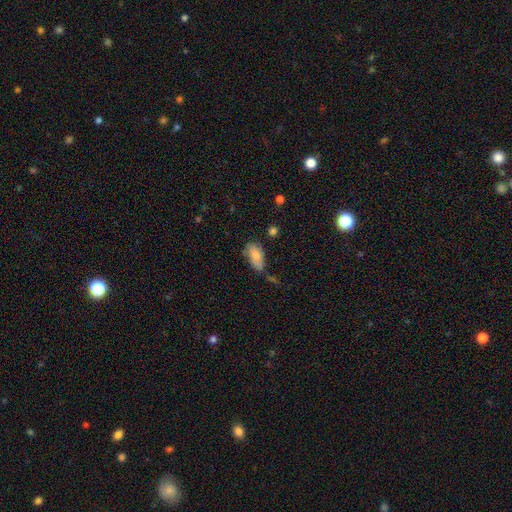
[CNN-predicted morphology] Smooth or featured? smooth (78%)
How rounded? in between (91%)
Merging? none (48%)